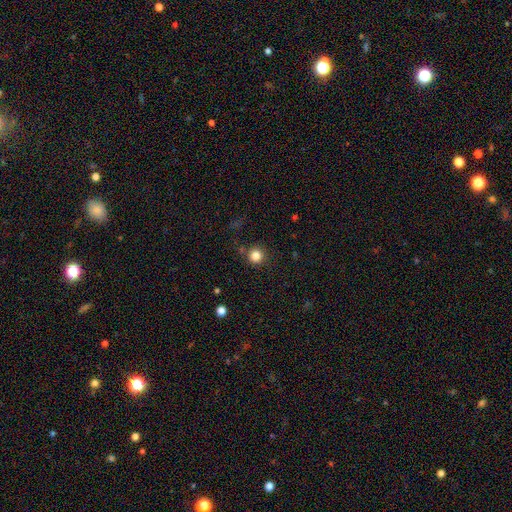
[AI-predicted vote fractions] Smooth or featured? Predicted: smooth (p=0.82). How rounded? Predicted: round (p=0.94). Merging? Predicted: none (p=0.86).